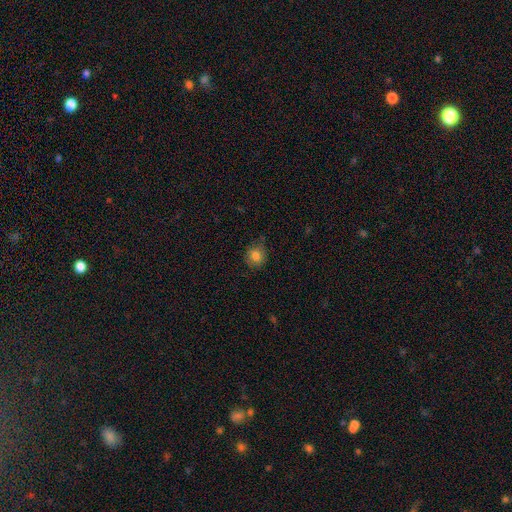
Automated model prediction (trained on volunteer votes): smooth_or_featured: smooth (p=0.82) [alt: star or artifact p=0.10]
how_rounded: round (p=0.79) [alt: in between p=0.20]
merging: none (p=0.78) [alt: minor disturbance p=0.17]